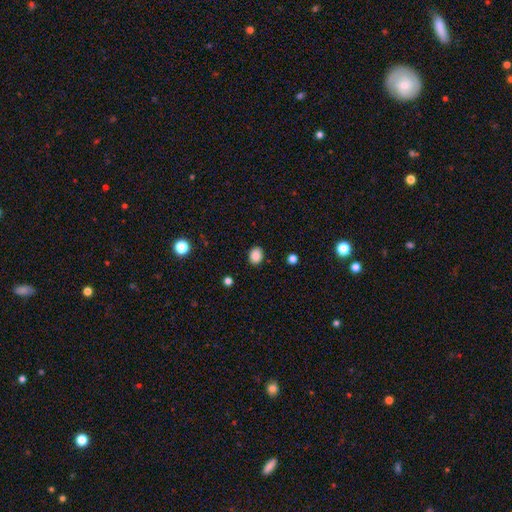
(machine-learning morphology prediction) Smooth or featured: smooth — 87% (star or artifact — 10%)
How rounded: in between — 52% (round — 47%)
Merging: none — 88% (minor disturbance — 9%)